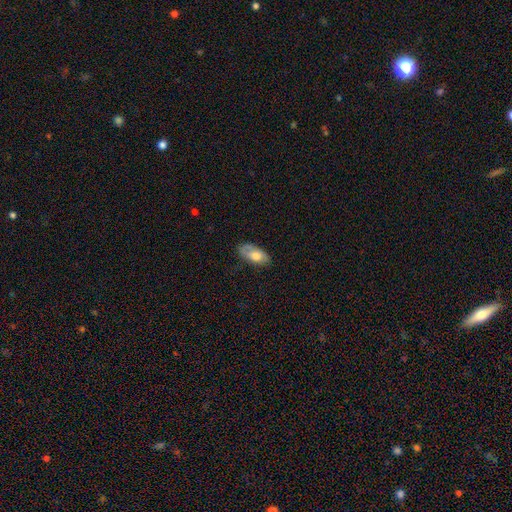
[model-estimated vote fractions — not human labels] Smooth or featured? smooth (65%)
How rounded? in between (91%)
Merging? none (61%)